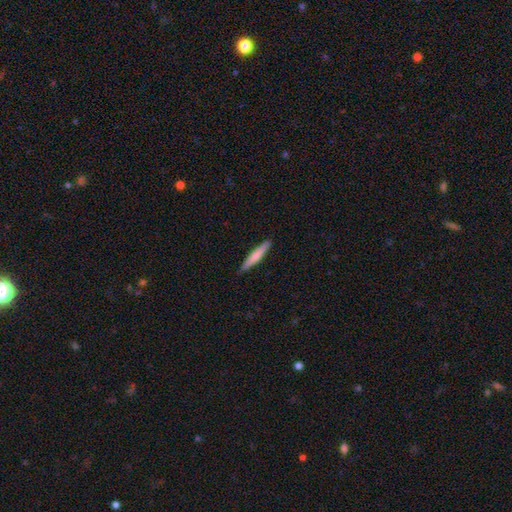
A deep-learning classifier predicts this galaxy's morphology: type=smooth (68%); roundness=cigar-shaped (94%); merging=none (89%).